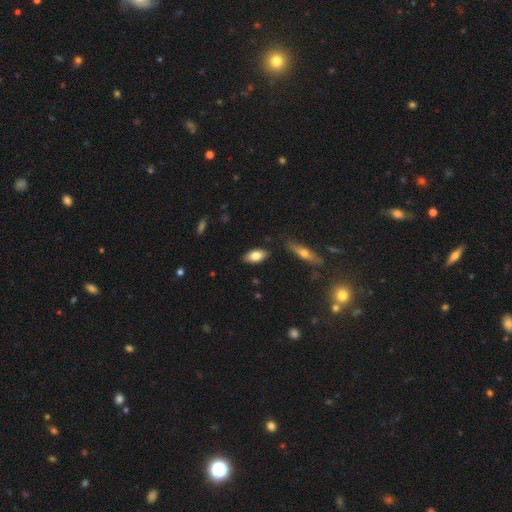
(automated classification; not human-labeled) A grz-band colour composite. It shows a smooth galaxy with no disk features (78%) that is in between round and cigar-shaped (88%). Merging: none (85%).